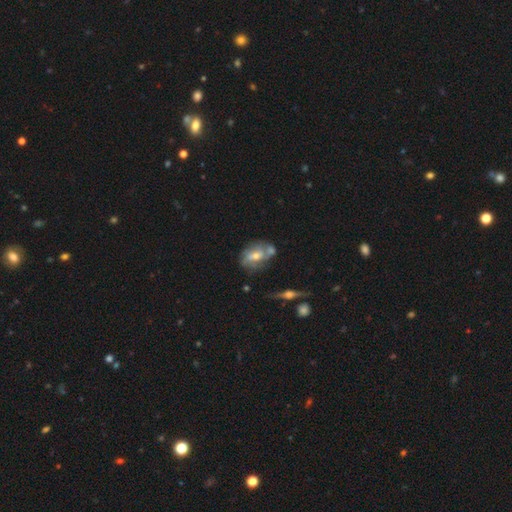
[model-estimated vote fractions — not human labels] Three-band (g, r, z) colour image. It shows a featured or disk galaxy (63%) with no bar (57%), spiral arms (69%) and a moderate central bulge (58%). Merging: none (48%).